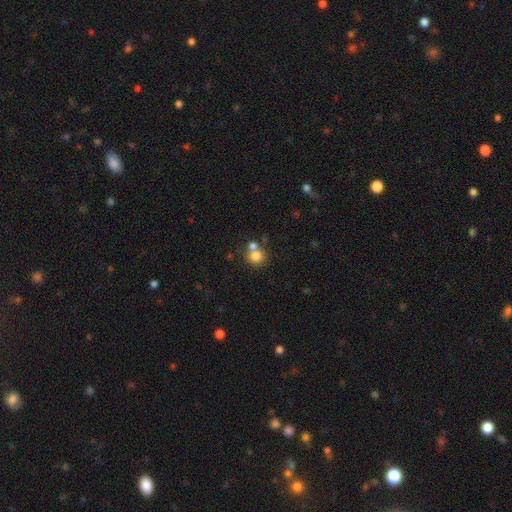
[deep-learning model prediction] Morphology: type=smooth (79%); roundness=round (87%); merging=none (54%).